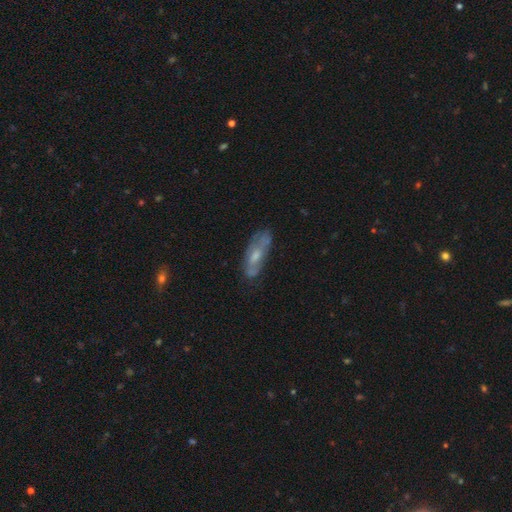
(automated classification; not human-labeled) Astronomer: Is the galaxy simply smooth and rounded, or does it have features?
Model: featured or disk — 54% (runner-up: smooth, 38%).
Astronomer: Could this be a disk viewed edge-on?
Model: no — 80%.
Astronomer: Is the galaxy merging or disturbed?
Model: none — 62%.